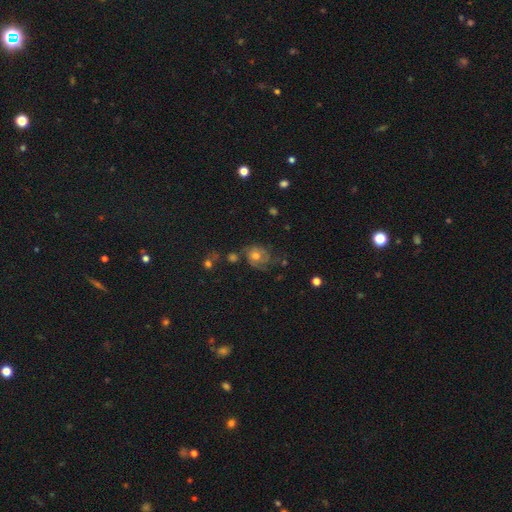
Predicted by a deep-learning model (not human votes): Q: Smooth or featured?
A: featured or disk (60%); runner-up: smooth (27%)
Q: Edge-on disk?
A: no (97%); runner-up: yes (3%)
Q: Bar?
A: no (80%); runner-up: weak (17%)
Q: Spiral arms?
A: yes (82%); runner-up: no (18%)
Q: Bulge size?
A: moderate (71%); runner-up: small (16%)
Q: Merging?
A: none (50%); runner-up: minor disturbance (25%)